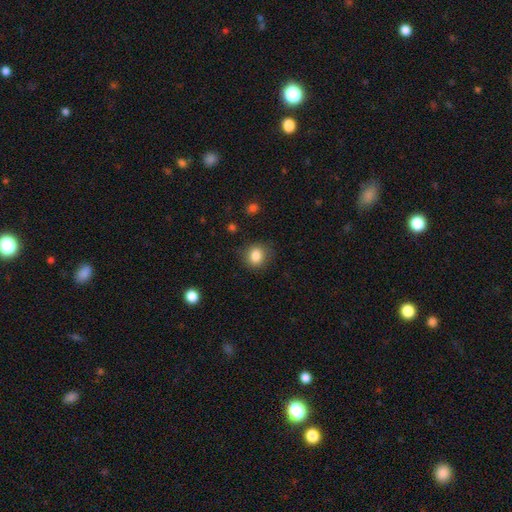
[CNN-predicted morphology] Smooth or featured? smooth (85%)
How rounded? round (73%)
Merging? none (81%)